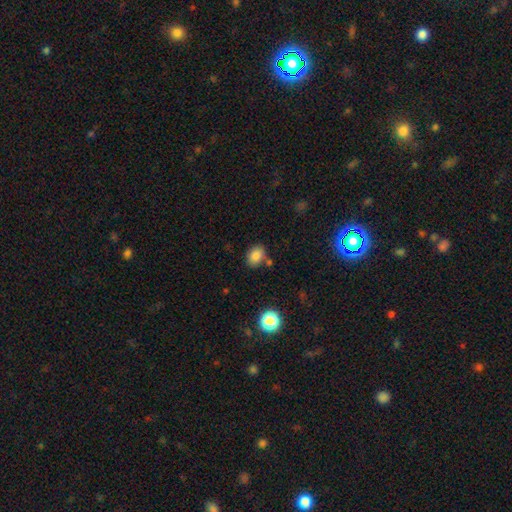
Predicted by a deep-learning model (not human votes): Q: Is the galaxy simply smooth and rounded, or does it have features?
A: smooth — 83%.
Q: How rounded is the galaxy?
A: in between — 67%.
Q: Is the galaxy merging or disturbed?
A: none — 74%.